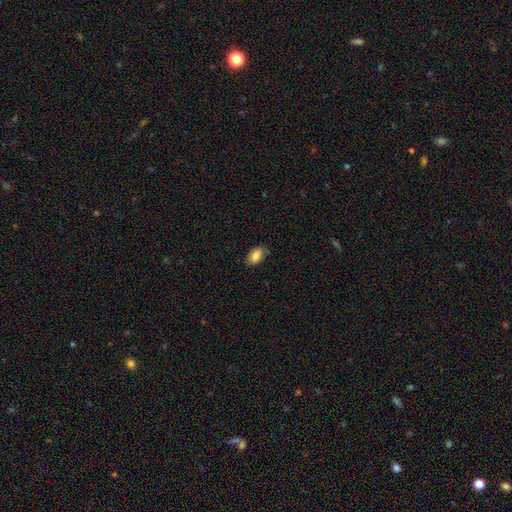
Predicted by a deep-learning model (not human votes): This is clearly a smooth galaxy (85%). How rounded: clearly in between (91%). Merging: clearly none (82%).